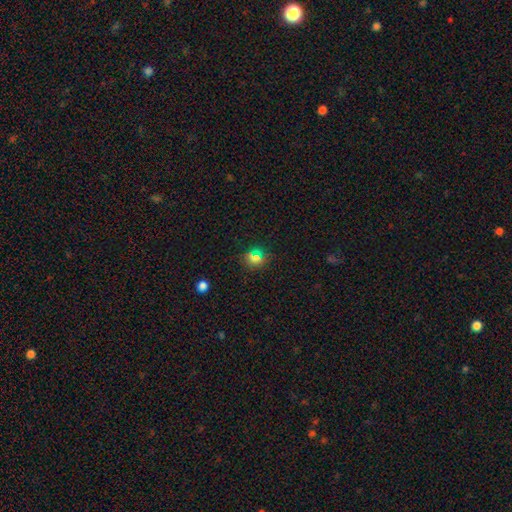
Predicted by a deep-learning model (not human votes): A smooth galaxy with no disk features (67%) that is round (81%). Merging: none (87%).